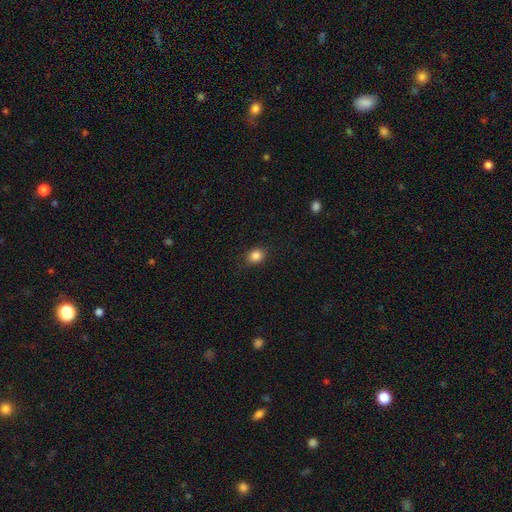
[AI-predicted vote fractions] This is clearly a smooth galaxy (85%). How rounded: possibly round (56%). Merging: clearly none (86%).